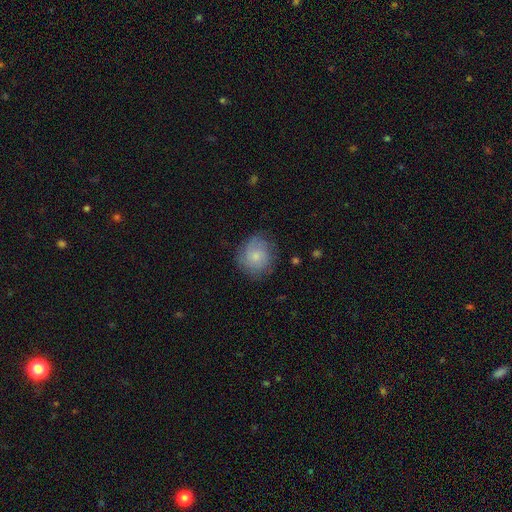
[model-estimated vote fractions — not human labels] smooth-or-featured: smooth: 61% | featured or disk: 31% | star or artifact: 8%
  how-rounded: round: 85% | in between: 14% | cigar-shaped: 1%
  merging: none: 72% | minor disturbance: 20% | major disturbance: 7% | merger: 1%